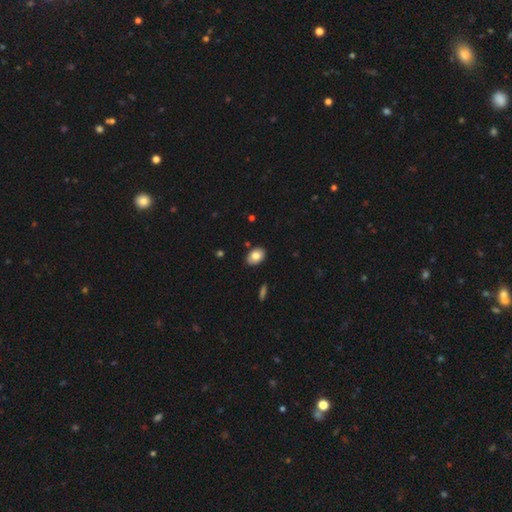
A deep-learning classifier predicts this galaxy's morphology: The model was most divided on "smooth or featured": smooth: 80%, featured or disk: 12%, star or artifact: 7%. More confident: how rounded — in between (86%); merging — none (85%).